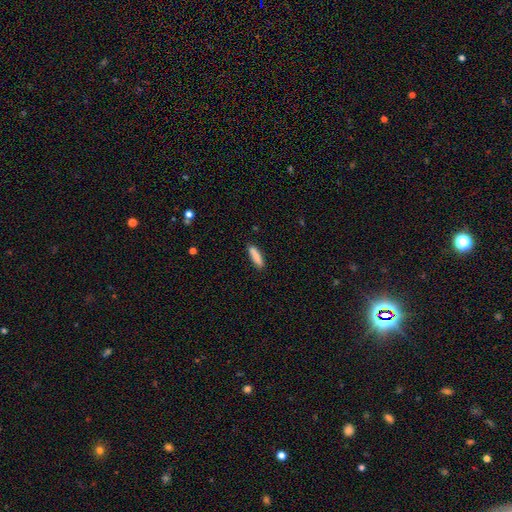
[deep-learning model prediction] smooth_or_featured: smooth (p=0.87) [alt: star or artifact p=0.07]
how_rounded: cigar-shaped (p=0.71) [alt: in between p=0.27]
merging: none (p=0.85) [alt: minor disturbance p=0.11]